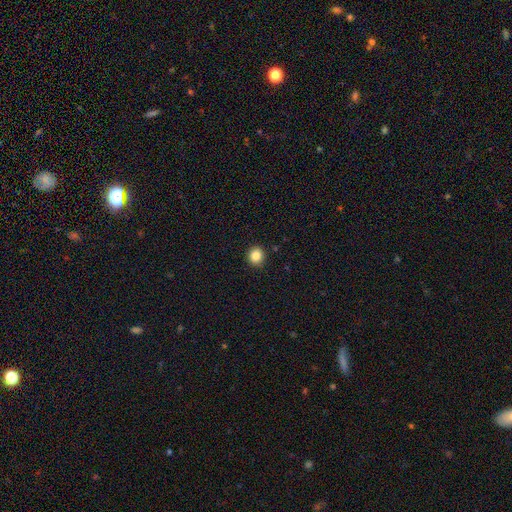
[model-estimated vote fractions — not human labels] smooth-or-featured: smooth: 85% | star or artifact: 10% | featured or disk: 5%
  how-rounded: round: 90% | in between: 9% | cigar-shaped: 1%
  merging: none: 92% | minor disturbance: 5% | major disturbance: 2% | merger: 1%